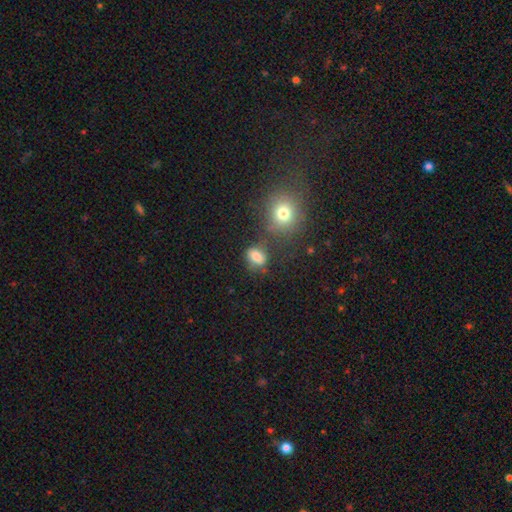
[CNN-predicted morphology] A smooth galaxy with no disk features (78%) that is in between round and cigar-shaped (75%). Merging: none (57%).